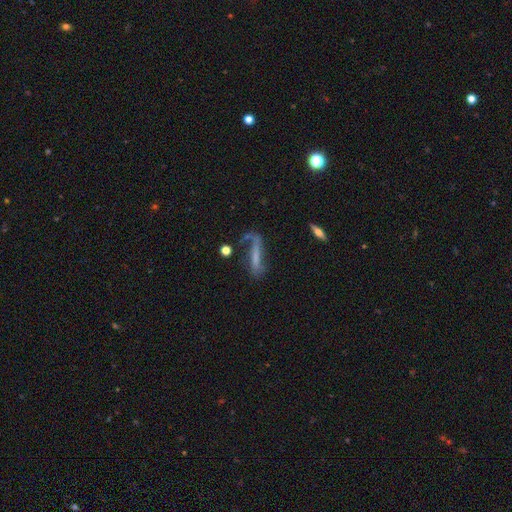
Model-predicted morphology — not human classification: featured or disk 45%, smooth 43%, star or artifact 12%. Down the decision tree: merging — none (39%).